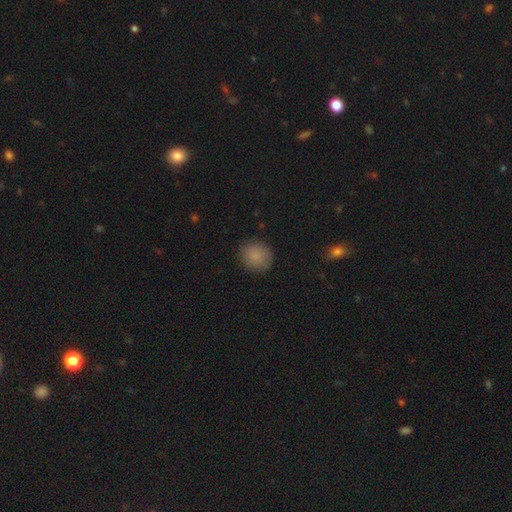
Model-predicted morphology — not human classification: Smooth or featured: smooth — 86% (star or artifact — 8%)
How rounded: round — 83% (in between — 16%)
Merging: none — 87% (minor disturbance — 10%)